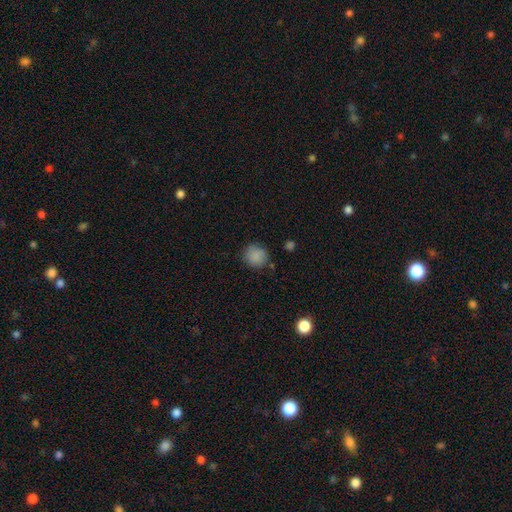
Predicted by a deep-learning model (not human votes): Overall: smooth (86%). How rounded: round (89%). Merging: none (81%).